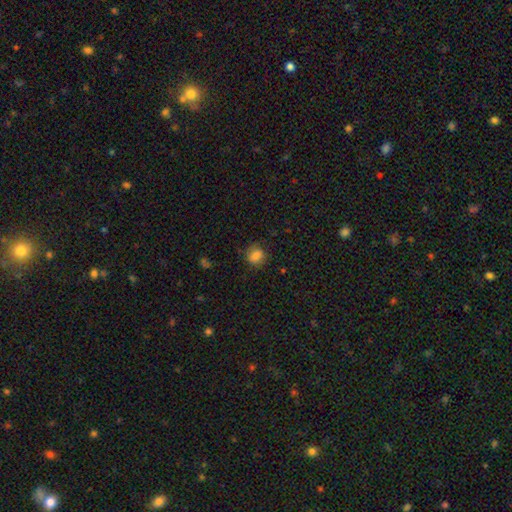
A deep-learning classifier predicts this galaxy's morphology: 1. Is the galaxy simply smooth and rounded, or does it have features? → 80% smooth, 11% star or artifact, 9% featured or disk.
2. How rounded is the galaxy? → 63% round, 35% in between, 1% cigar-shaped.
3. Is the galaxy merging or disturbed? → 74% none, 18% minor disturbance, 6% major disturbance, 1% merger.